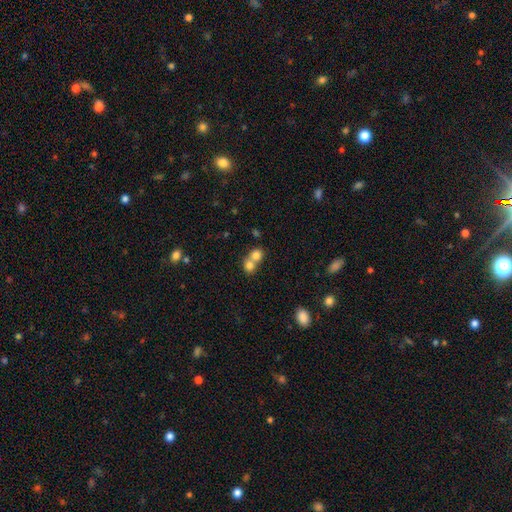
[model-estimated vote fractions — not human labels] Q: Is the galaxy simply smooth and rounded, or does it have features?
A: smooth — 78%.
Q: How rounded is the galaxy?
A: round — 80%.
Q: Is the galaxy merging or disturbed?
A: merger — 63%.